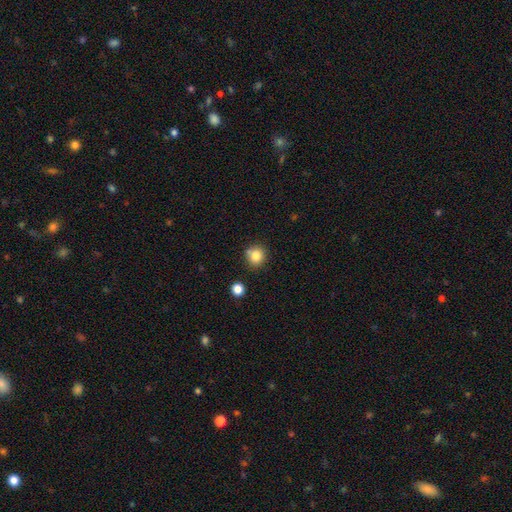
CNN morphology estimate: smooth 83%, star or artifact 11%, featured or disk 6%. Down the decision tree: how rounded — round (90%); merging — none (79%).